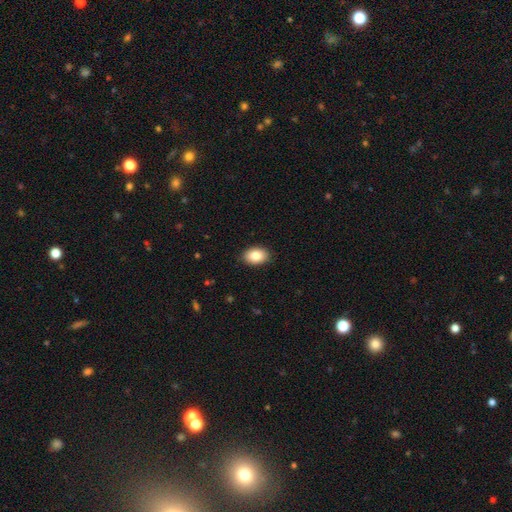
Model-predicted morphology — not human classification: Overall: smooth (85%). How rounded: in between (86%). Merging: none (89%).